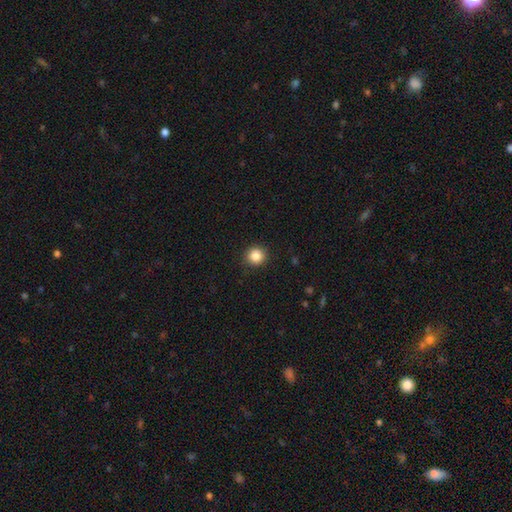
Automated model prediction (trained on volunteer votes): Smooth or featured: smooth — 85% (star or artifact — 10%)
How rounded: round — 92% (in between — 7%)
Merging: none — 90% (minor disturbance — 7%)